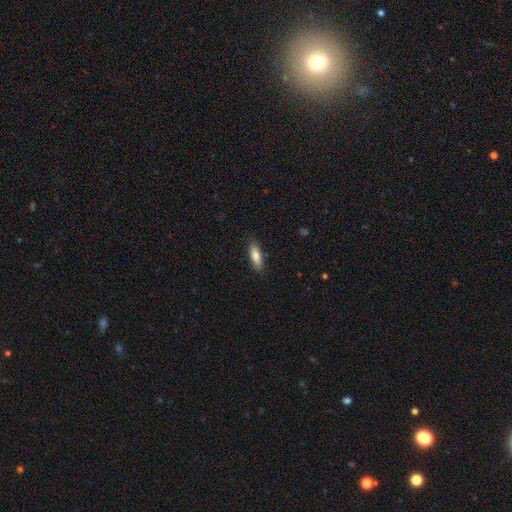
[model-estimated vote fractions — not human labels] Smooth or featured? smooth (81%)
How rounded? in between (55%)
Merging? none (86%)